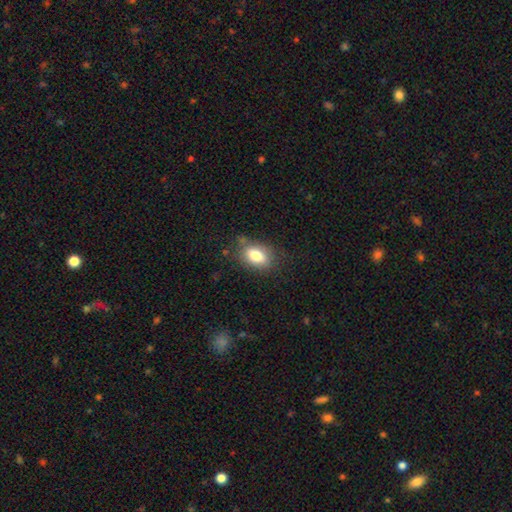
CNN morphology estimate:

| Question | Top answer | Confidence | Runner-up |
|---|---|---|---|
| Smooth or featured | smooth | 79% | featured or disk (11%) |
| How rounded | in between | 79% | round (19%) |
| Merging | none | 76% | minor disturbance (17%) |